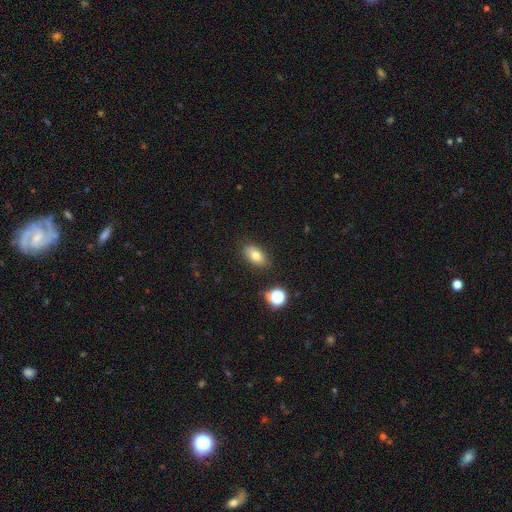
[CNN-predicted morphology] smooth_or_featured: smooth (p=0.77) [alt: featured or disk p=0.12]
how_rounded: in between (p=0.88) [alt: round p=0.09]
merging: none (p=0.85) [alt: minor disturbance p=0.10]